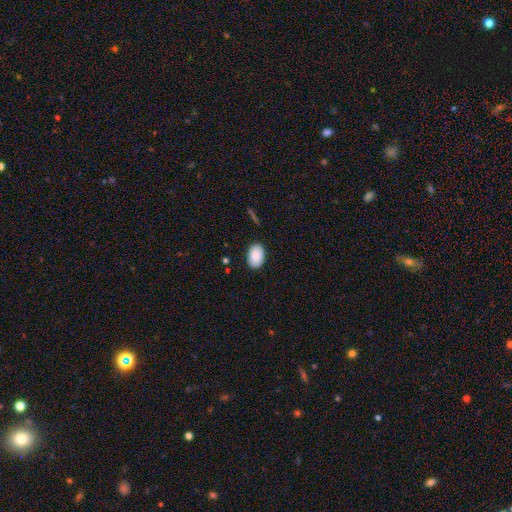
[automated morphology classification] smooth-or-featured: smooth: 89% | star or artifact: 7% | featured or disk: 4%
  how-rounded: in between: 89% | round: 10% | cigar-shaped: 1%
  merging: none: 88% | minor disturbance: 9% | major disturbance: 2% | merger: 1%